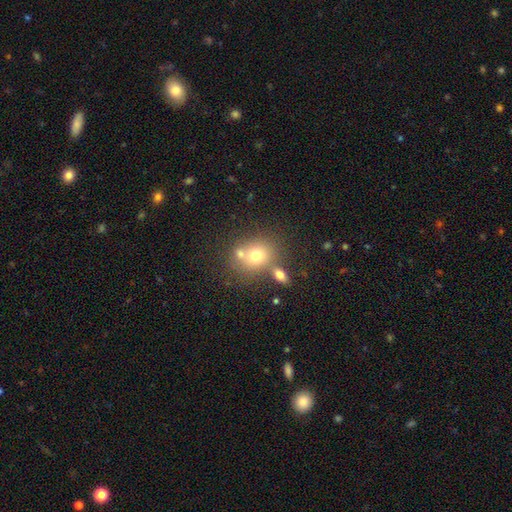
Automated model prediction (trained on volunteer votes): The model was most divided on "merging": none: 52%, merger: 32%, minor disturbance: 11%, major disturbance: 5%. More confident: smooth or featured — smooth (70%); how rounded — round (66%).